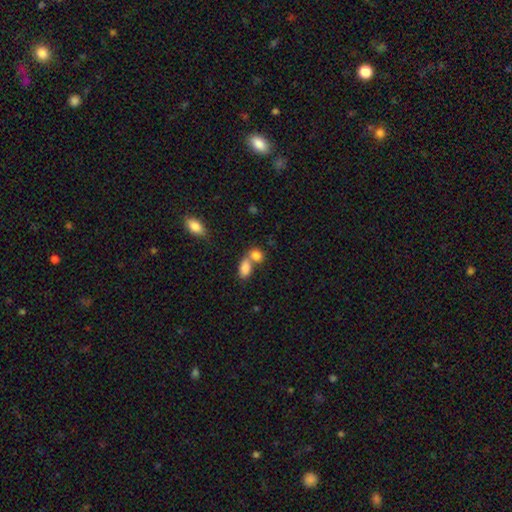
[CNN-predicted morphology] Q: Smooth or featured?
A: smooth (83%); runner-up: star or artifact (9%)
Q: How rounded?
A: in between (71%); runner-up: round (27%)
Q: Merging?
A: merger (58%); runner-up: none (31%)